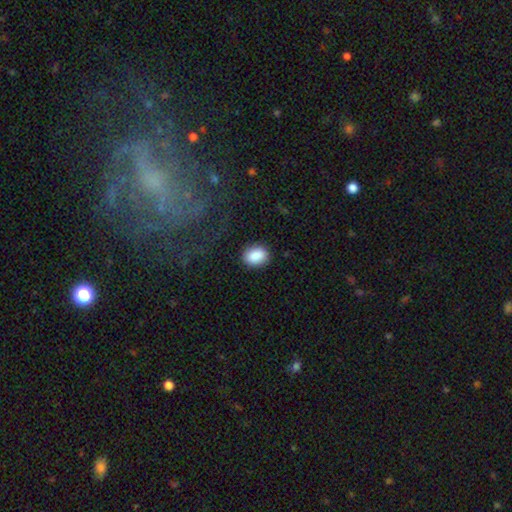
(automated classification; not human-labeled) The model was most divided on "how rounded": in between: 72%, round: 26%, cigar-shaped: 1%. More confident: smooth or featured — smooth (89%); merging — none (85%).